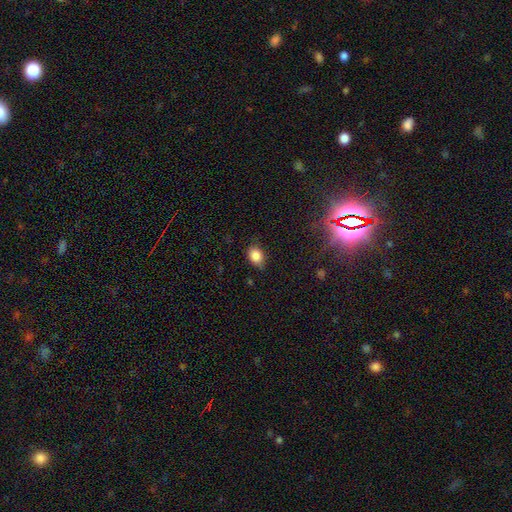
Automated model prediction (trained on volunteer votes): Smooth or featured?
  - smooth: 85% *
  - star or artifact: 9%
  - featured or disk: 5%
How rounded?
  - in between: 64% *
  - round: 35%
  - cigar-shaped: 1%
Merging?
  - none: 73% *
  - minor disturbance: 22%
  - major disturbance: 4%
  - merger: 1%